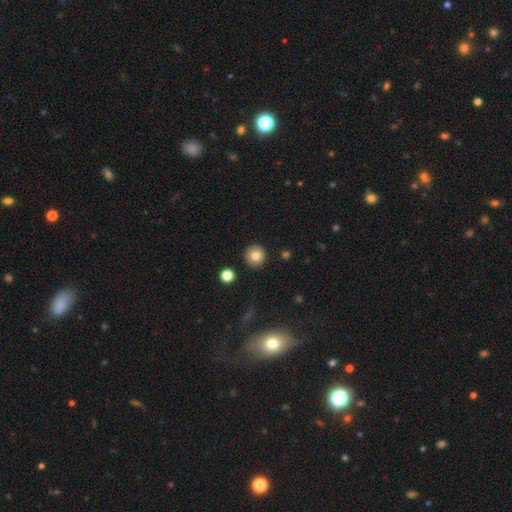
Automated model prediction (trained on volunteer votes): This appears to be a smooth galaxy with no disk features (81%) that is round (95%). Merging: none (92%).